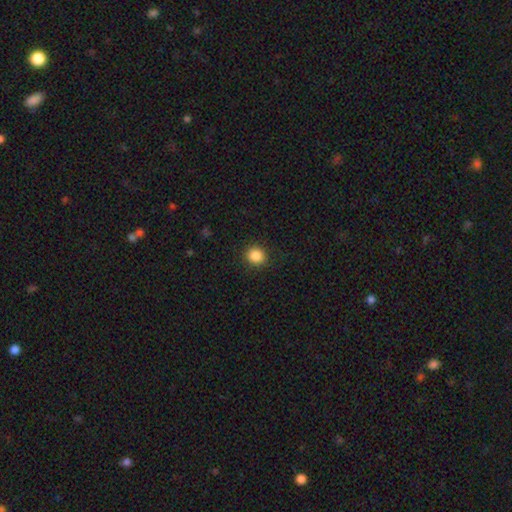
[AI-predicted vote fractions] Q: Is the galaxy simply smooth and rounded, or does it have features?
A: smooth — 86%.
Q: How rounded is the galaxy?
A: round — 85%.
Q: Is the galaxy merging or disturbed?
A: none — 90%.